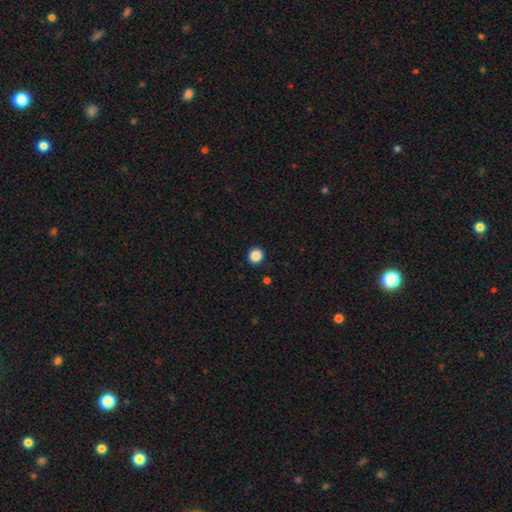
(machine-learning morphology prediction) smooth 87%, star or artifact 10%, featured or disk 2%. Down the decision tree: how rounded — round (93%); merging — none (93%).